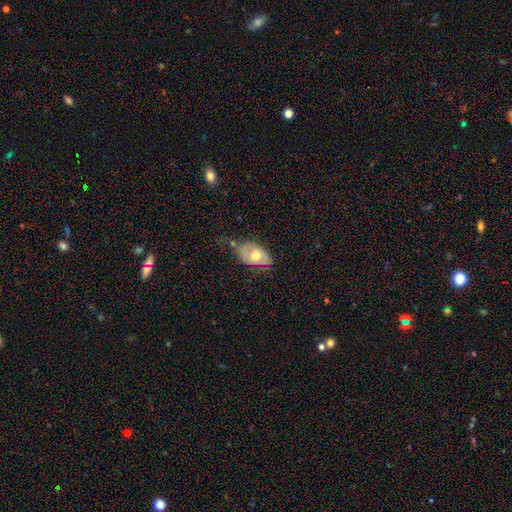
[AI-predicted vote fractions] Smooth or featured: smooth — 49% (featured or disk — 44%)
Merging: none — 44% (minor disturbance — 33%)